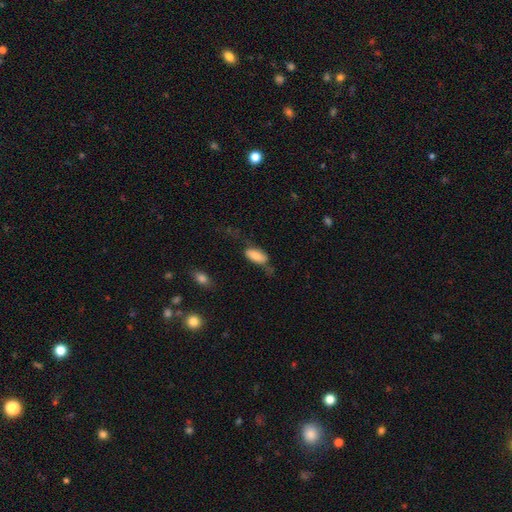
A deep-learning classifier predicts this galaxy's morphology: Smooth or featured: smooth — 77% (featured or disk — 16%)
How rounded: in between — 87% (cigar-shaped — 11%)
Merging: none — 46% (minor disturbance — 31%)